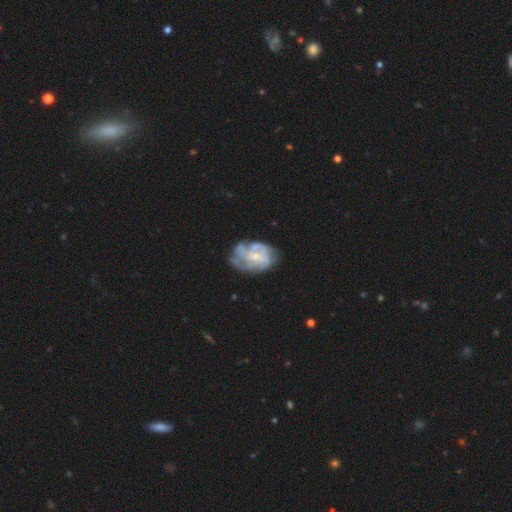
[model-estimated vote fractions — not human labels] A featured or disk galaxy (71%) with no bar (59%), spiral arms (66%) and a small central bulge (53%). Merging: none (49%).